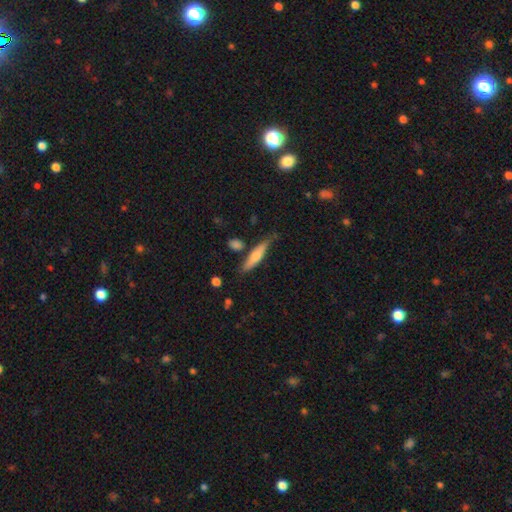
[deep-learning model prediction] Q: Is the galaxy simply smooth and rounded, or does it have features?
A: smooth — 54%.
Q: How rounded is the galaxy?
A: cigar-shaped — 81%.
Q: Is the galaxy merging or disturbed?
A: none — 73%.